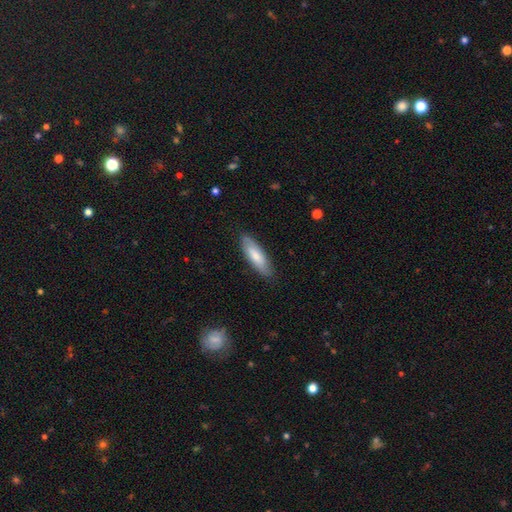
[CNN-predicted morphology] type=smooth (70%); roundness=cigar-shaped (50%); merging=none (84%).